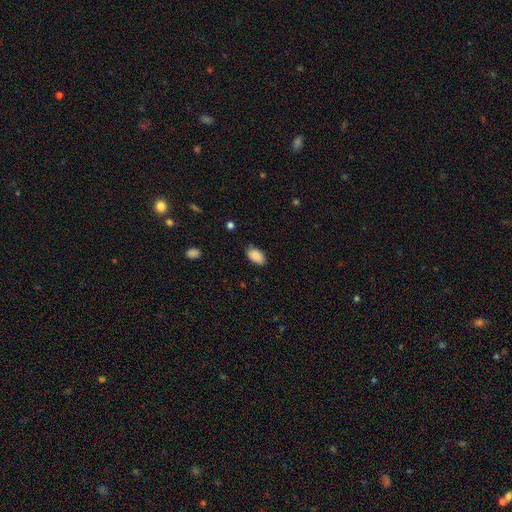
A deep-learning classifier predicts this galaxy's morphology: smooth_or_featured: smooth (p=0.89) [alt: star or artifact p=0.07]
how_rounded: in between (p=0.93) [alt: round p=0.05]
merging: none (p=0.85) [alt: minor disturbance p=0.12]